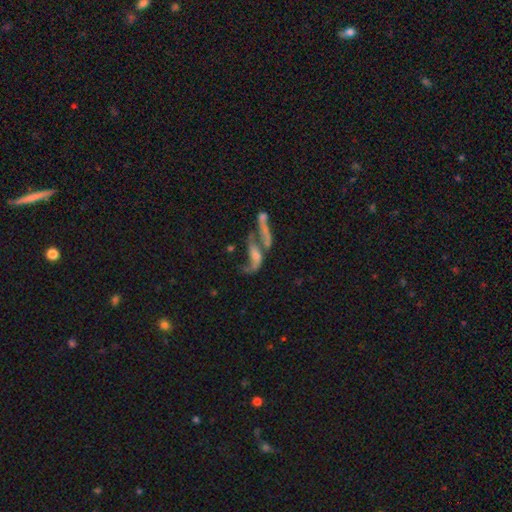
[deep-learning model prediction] Morphology: type=featured or disk (59%); edge-on=no (88%); bar=no (72%); spiral arms=no (54%); bulge=none (44%); merging=merger (52%).